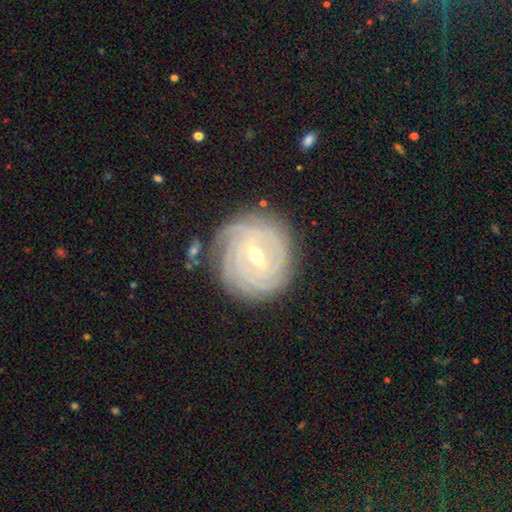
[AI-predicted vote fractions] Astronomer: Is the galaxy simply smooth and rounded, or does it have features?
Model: featured or disk — 89%.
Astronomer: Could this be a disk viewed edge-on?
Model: no — 97%.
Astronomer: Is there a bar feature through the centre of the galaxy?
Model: weak — 51% (runner-up: strong, 37%).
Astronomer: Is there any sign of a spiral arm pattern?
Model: yes — 97%.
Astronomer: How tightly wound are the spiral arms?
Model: tight — 86%.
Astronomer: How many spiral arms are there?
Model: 4 — 34% (runner-up: can't tell, 22%).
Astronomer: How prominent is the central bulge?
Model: moderate — 51% (runner-up: small, 46%).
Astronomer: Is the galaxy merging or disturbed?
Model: none — 82%.